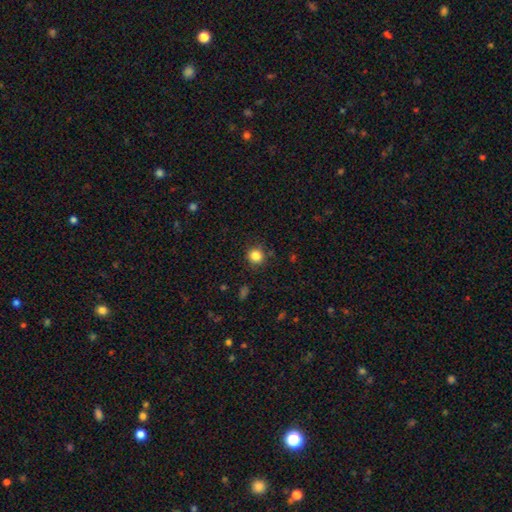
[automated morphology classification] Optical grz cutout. It shows a smooth galaxy with no disk features (84%) that is round (90%). Merging: none (87%).